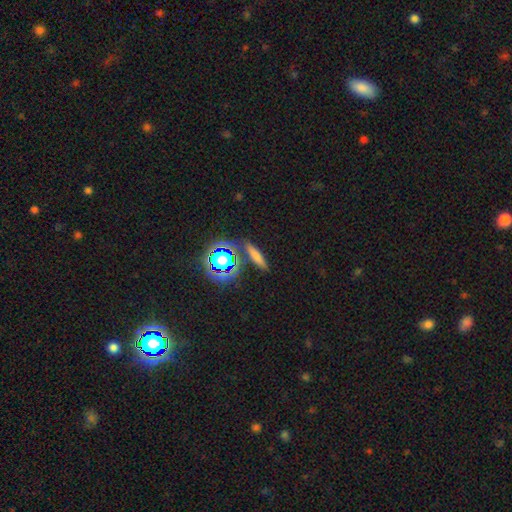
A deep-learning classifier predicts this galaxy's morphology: Q: Smooth or featured?
A: smooth (64%); runner-up: star or artifact (20%)
Q: How rounded?
A: cigar-shaped (73%); runner-up: in between (19%)
Q: Merging?
A: none (83%); runner-up: minor disturbance (9%)